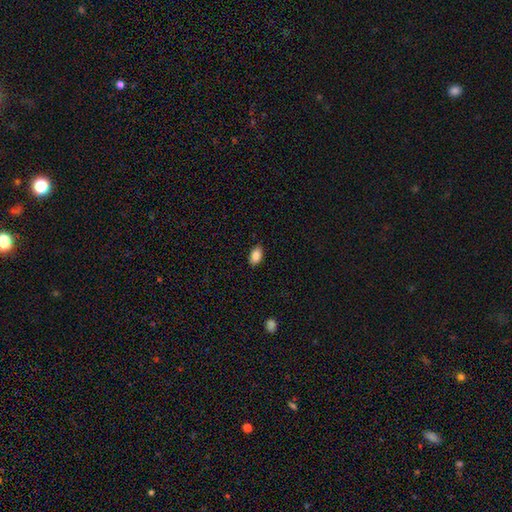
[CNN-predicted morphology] Smooth or featured?
  - smooth: 85% *
  - star or artifact: 8%
  - featured or disk: 7%
How rounded?
  - in between: 92% *
  - round: 6%
  - cigar-shaped: 2%
Merging?
  - none: 87% *
  - minor disturbance: 10%
  - major disturbance: 2%
  - merger: 1%